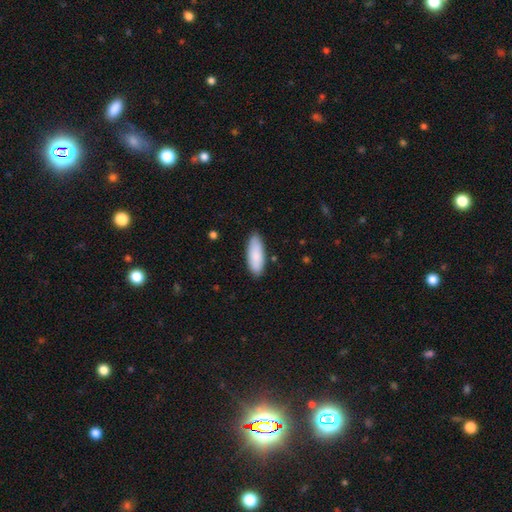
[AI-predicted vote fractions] The model was most divided on "how rounded": in between: 73%, cigar-shaped: 26%, round: 2%. More confident: smooth or featured — smooth (87%); merging — none (85%).